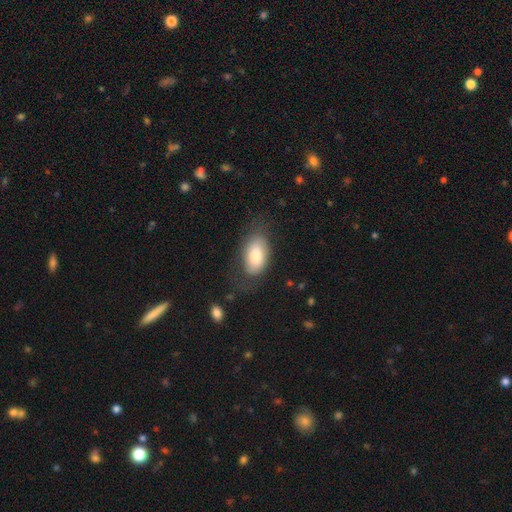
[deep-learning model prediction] smooth_or_featured: smooth (p=0.77) [alt: featured or disk p=0.16]
how_rounded: in between (p=0.93) [alt: round p=0.04]
merging: none (p=0.62) [alt: minor disturbance p=0.23]